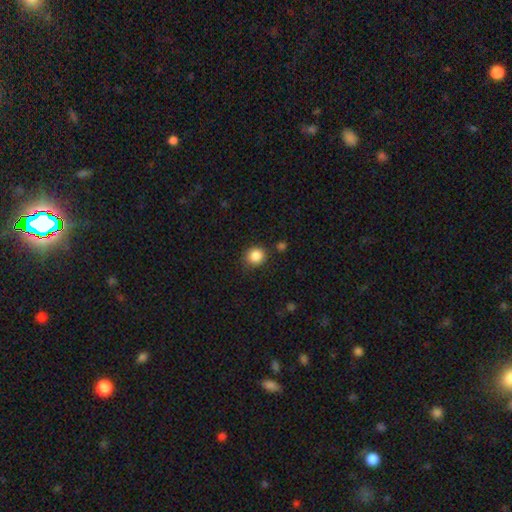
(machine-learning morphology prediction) smooth-or-featured: smooth: 86% | star or artifact: 10% | featured or disk: 4%
  how-rounded: round: 84% | in between: 15% | cigar-shaped: 1%
  merging: none: 81% | minor disturbance: 12% | merger: 3% | major disturbance: 3%